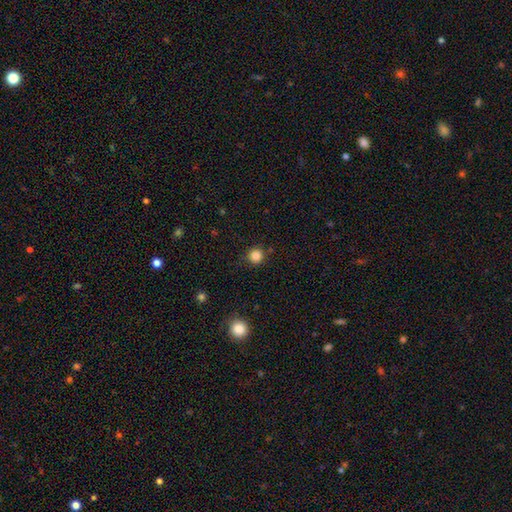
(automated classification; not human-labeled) Smooth or featured: smooth — 85% (star or artifact — 12%)
How rounded: round — 95% (in between — 4%)
Merging: none — 88% (minor disturbance — 7%)